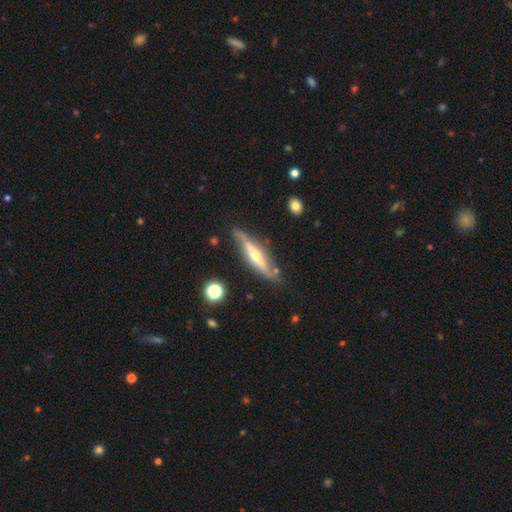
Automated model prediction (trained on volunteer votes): Smooth or featured? Predicted: featured or disk (p=0.67). Edge-on disk? Predicted: yes (p=0.88). Edge-on bulge? Predicted: rounded (p=0.82). Merging? Predicted: none (p=0.77).